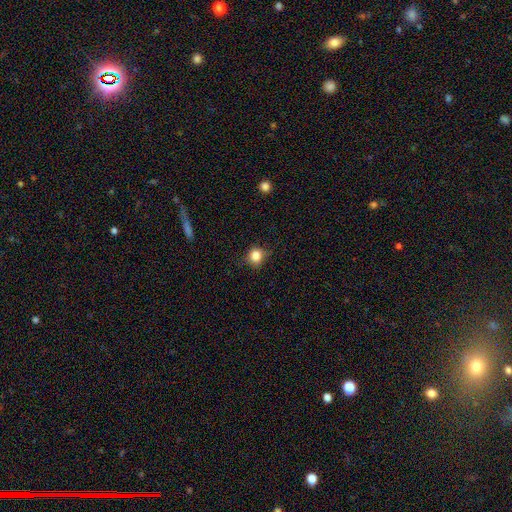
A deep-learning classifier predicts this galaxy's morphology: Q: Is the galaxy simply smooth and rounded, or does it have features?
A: smooth — 84%.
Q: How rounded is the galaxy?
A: round — 83%.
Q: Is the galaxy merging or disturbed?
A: none — 77%.